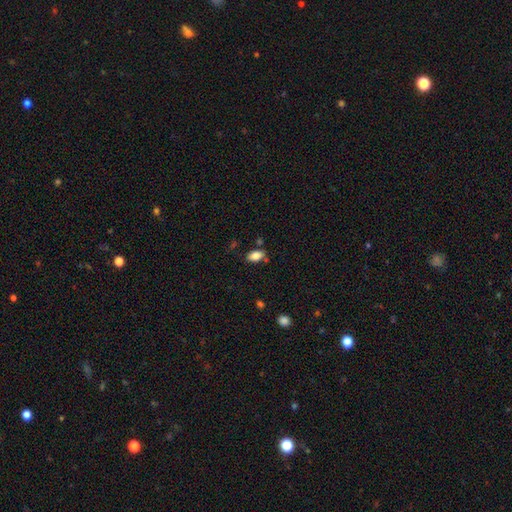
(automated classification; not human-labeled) Smooth or featured: smooth — 83% (featured or disk — 9%)
How rounded: in between — 91% (round — 5%)
Merging: none — 76% (minor disturbance — 15%)